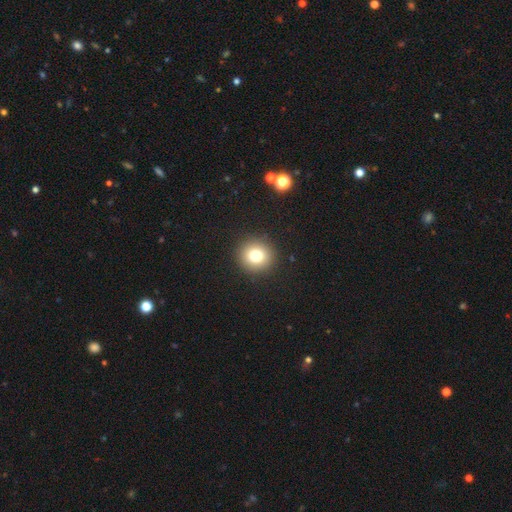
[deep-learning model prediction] Smooth or featured? Predicted: smooth (p=0.79). How rounded? Predicted: round (p=0.91). Merging? Predicted: none (p=0.91).